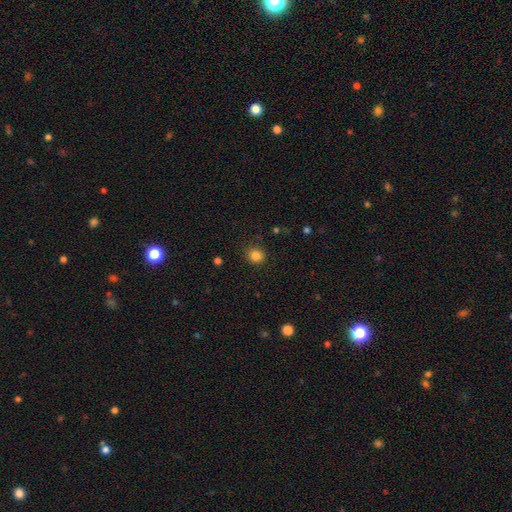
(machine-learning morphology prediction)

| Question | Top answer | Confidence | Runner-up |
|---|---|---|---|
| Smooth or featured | smooth | 84% | star or artifact (12%) |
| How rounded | round | 83% | in between (16%) |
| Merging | none | 87% | minor disturbance (9%) |